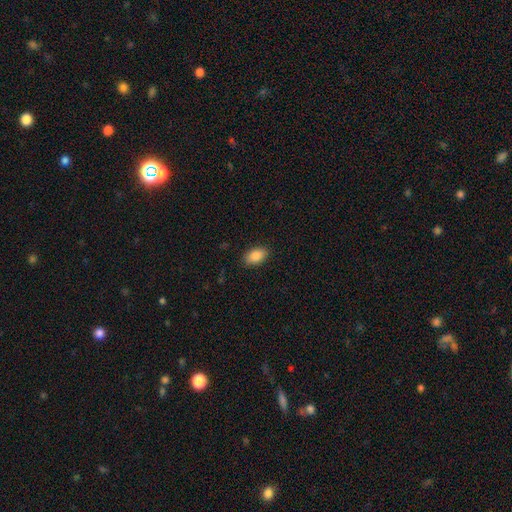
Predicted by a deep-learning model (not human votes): Q: Smooth or featured?
A: smooth (87%); runner-up: star or artifact (7%)
Q: How rounded?
A: in between (91%); runner-up: round (7%)
Q: Merging?
A: none (89%); runner-up: minor disturbance (8%)